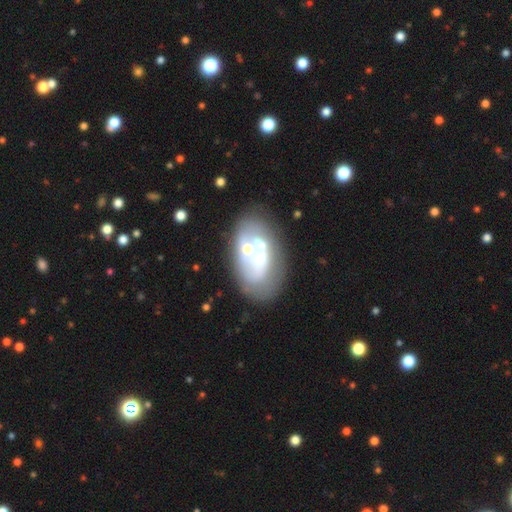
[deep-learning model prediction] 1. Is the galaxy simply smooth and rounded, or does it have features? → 57% featured or disk, 34% smooth, 9% star or artifact.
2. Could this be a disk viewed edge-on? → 96% no, 4% yes.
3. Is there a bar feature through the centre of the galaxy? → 88% no, 9% weak, 3% strong.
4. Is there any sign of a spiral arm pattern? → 80% no, 20% yes.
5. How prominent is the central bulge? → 41% moderate, 34% small, 13% none, 9% large, 3% dominant.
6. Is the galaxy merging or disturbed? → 45% none, 23% merger, 18% minor disturbance, 13% major disturbance.